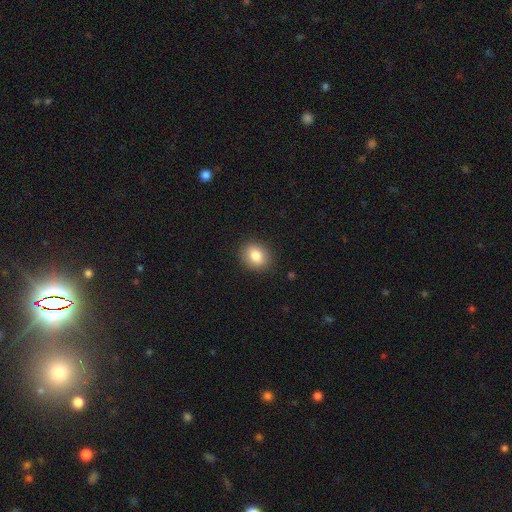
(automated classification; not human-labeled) Smooth or featured: smooth — 84% (star or artifact — 9%)
How rounded: round — 54% (in between — 45%)
Merging: none — 88% (minor disturbance — 8%)